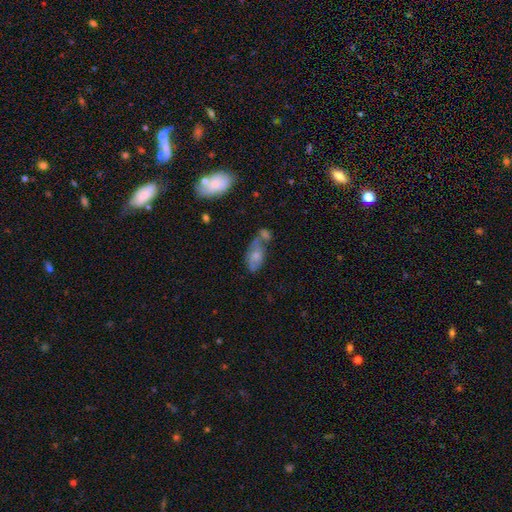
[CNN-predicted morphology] type=smooth (53%); roundness=in between (88%); merging=merger (35%).